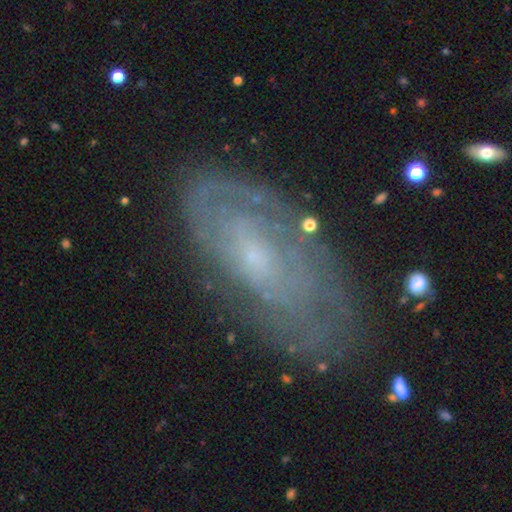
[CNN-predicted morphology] Q: Smooth or featured?
A: featured or disk (72%); runner-up: smooth (18%)
Q: Edge-on disk?
A: no (89%); runner-up: yes (11%)
Q: Bar?
A: no (66%); runner-up: weak (28%)
Q: Spiral arms?
A: yes (81%); runner-up: no (19%)
Q: Spiral winding?
A: tight (71%); runner-up: medium (22%)
Q: Spiral arm count?
A: can't tell (62%); runner-up: 2 (17%)
Q: Bulge size?
A: small (70%); runner-up: moderate (22%)
Q: Merging?
A: none (79%); runner-up: minor disturbance (15%)